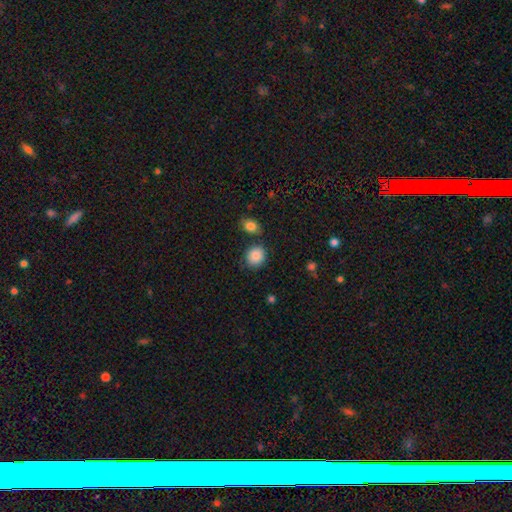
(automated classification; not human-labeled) Morphology: type=smooth (86%); roundness=round (73%); merging=none (75%).